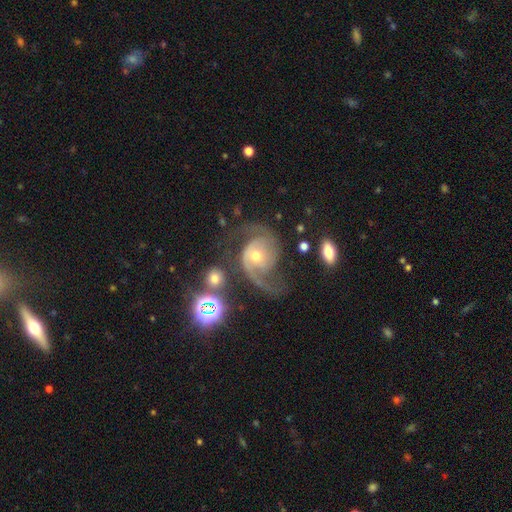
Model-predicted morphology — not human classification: The model was most divided on "spiral winding": medium: 52%, loose: 29%, tight: 19%. More confident: edge-on disk — no (98%); spiral arms — yes (97%); smooth or featured — featured or disk (88%); spiral arm count — 2 (84%); bar — no (64%); bulge size — moderate (61%); merging — none (58%).